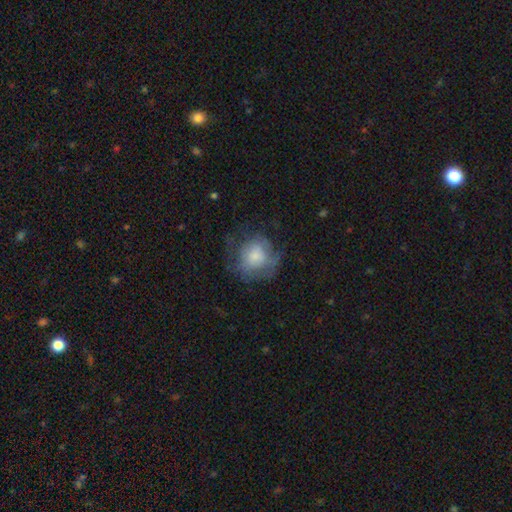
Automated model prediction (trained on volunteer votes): The model was most divided on "smooth or featured": smooth: 54%, featured or disk: 37%, star or artifact: 9%. Remaining: how rounded — round (80%); merging — none (49%).